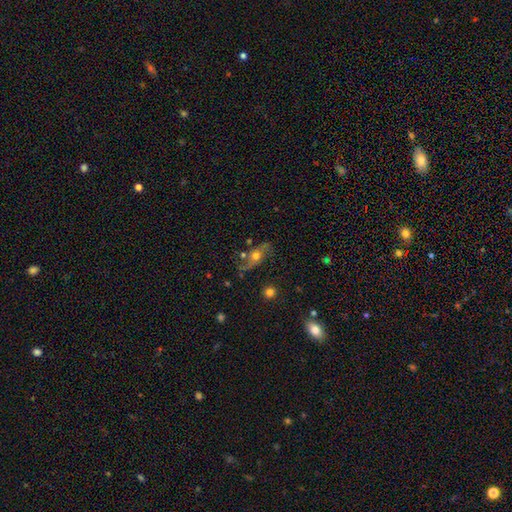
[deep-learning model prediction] Smooth or featured? featured or disk (54%)
Edge-on disk? no (78%)
Merging? none (63%)